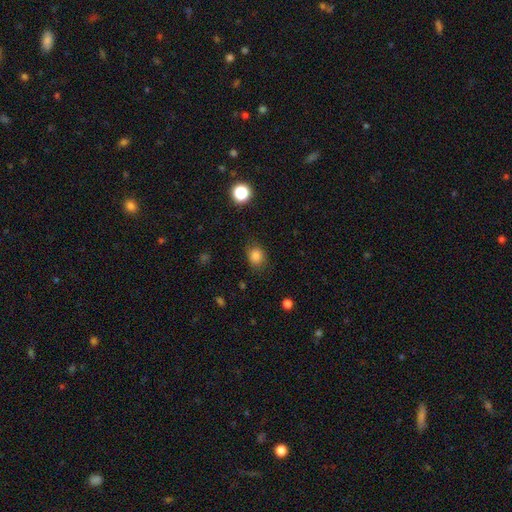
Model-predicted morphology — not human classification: Smooth or featured?
  - smooth: 83% *
  - star or artifact: 12%
  - featured or disk: 5%
How rounded?
  - round: 64% *
  - in between: 35%
  - cigar-shaped: 1%
Merging?
  - none: 81% *
  - minor disturbance: 14%
  - major disturbance: 4%
  - merger: 1%